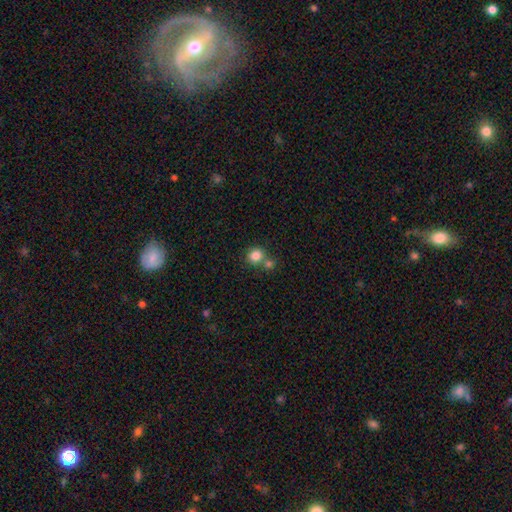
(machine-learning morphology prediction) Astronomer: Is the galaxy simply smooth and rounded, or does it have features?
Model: smooth — 83%.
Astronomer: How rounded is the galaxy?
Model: round — 85%.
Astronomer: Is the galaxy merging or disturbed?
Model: none — 54% (runner-up: merger, 34%).